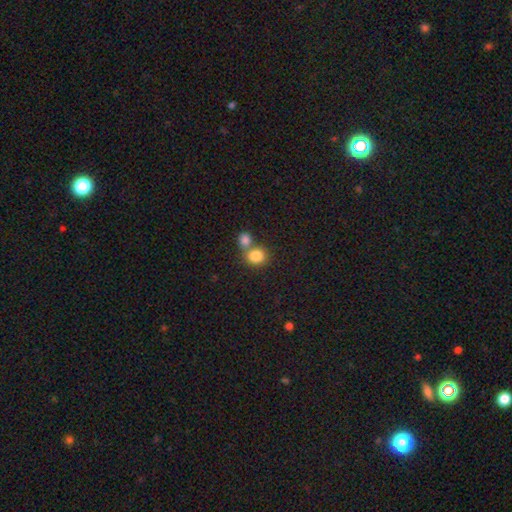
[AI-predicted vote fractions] Smooth or featured: smooth — 83% (star or artifact — 10%)
How rounded: round — 74% (in between — 25%)
Merging: none — 46% (merger — 44%)